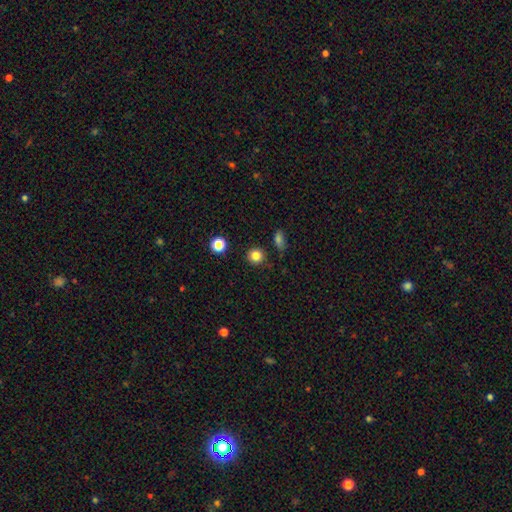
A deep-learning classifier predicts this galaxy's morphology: This is clearly a smooth galaxy (83%). How rounded: clearly round (89%). Merging: clearly none (87%).